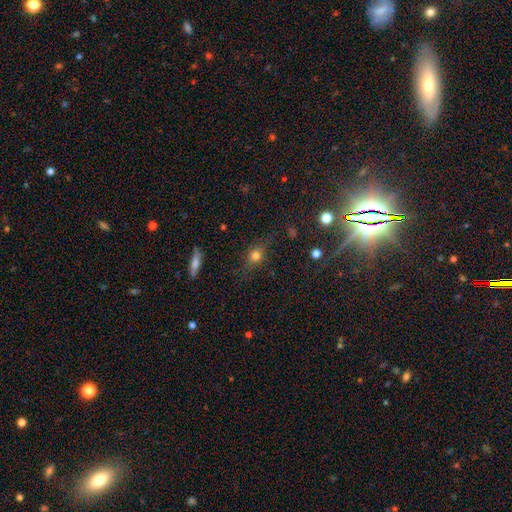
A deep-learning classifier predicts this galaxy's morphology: Smooth or featured? smooth (71%)
How rounded? round (53%)
Merging? none (74%)